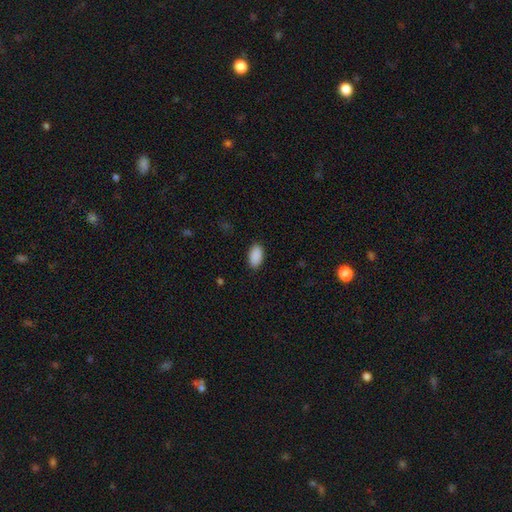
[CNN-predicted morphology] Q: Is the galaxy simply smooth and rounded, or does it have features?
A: smooth — 91%.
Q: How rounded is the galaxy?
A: in between — 95%.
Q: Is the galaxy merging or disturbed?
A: none — 88%.